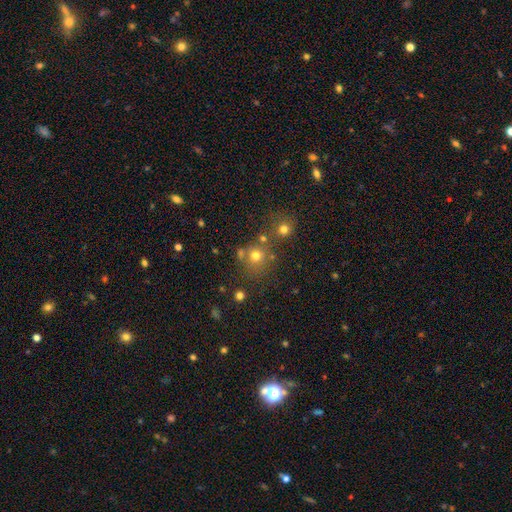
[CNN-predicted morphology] This appears to be a smooth galaxy with no disk features (71%) that is round (86%). Merging: none (63%).